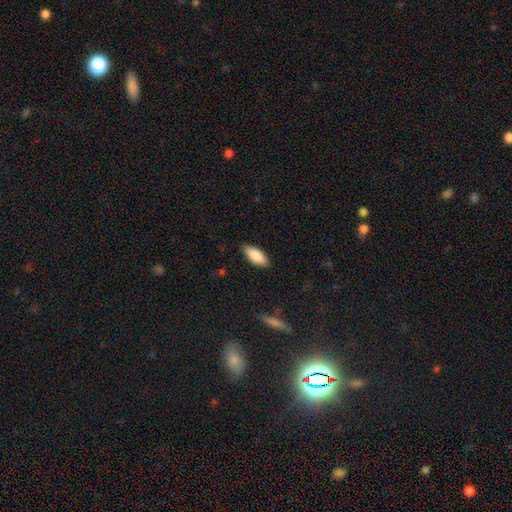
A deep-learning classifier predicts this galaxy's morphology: Overall: smooth (87%). How rounded: in between (85%). Merging: none (87%).